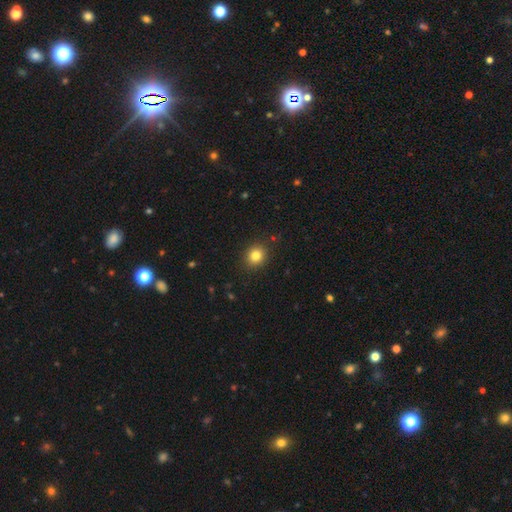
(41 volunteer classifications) A smooth galaxy with no disk features (80%) that is round (82%).

Vote fractions:
- Smooth or featured? smooth: 80% / featured or disk: 10% / star or artifact: 10%
- How rounded? round: 82% / in between: 18% / cigar-shaped: 0%
- Merging? none: 97% / major disturbance: 3% / minor disturbance: 0% / merger: 0%